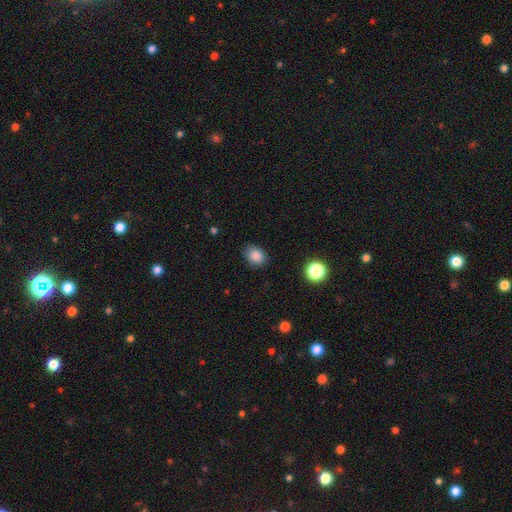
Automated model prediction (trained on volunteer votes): Smooth or featured: smooth — 85% (star or artifact — 10%)
How rounded: in between — 59% (round — 40%)
Merging: none — 82% (minor disturbance — 14%)